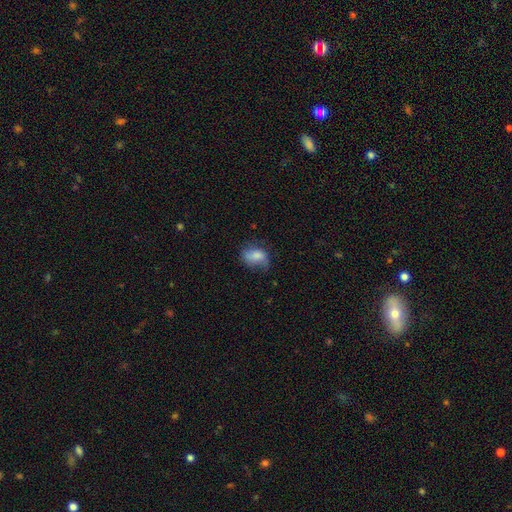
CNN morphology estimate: type=smooth (76%); roundness=in between (81%); merging=none (54%).